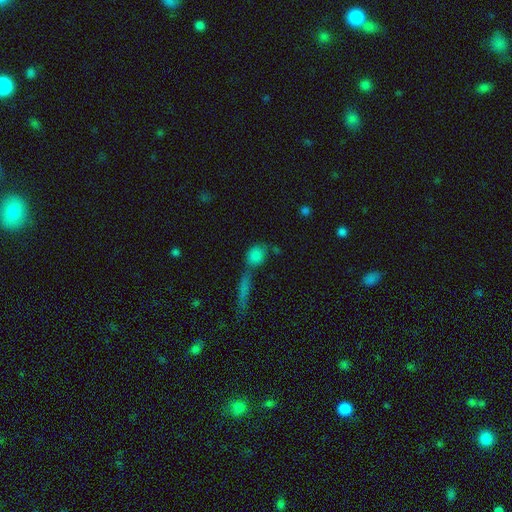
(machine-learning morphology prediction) Q: Smooth or featured?
A: smooth (79%); runner-up: star or artifact (12%)
Q: How rounded?
A: round (63%); runner-up: in between (29%)
Q: Merging?
A: none (52%); runner-up: merger (29%)